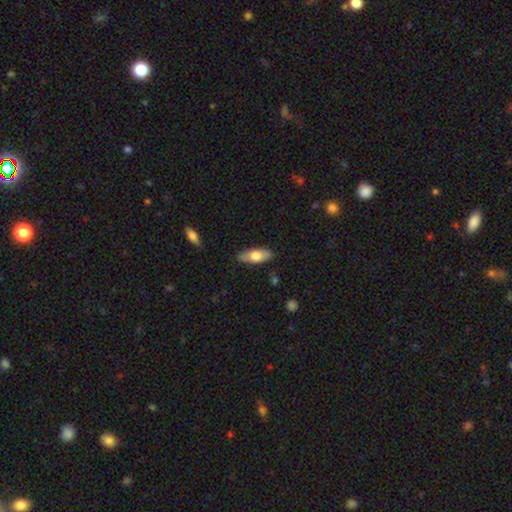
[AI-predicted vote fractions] smooth_or_featured: smooth (p=0.64) [alt: featured or disk p=0.30]
how_rounded: in between (p=0.76) [alt: cigar-shaped p=0.22]
merging: none (p=0.84) [alt: minor disturbance p=0.12]